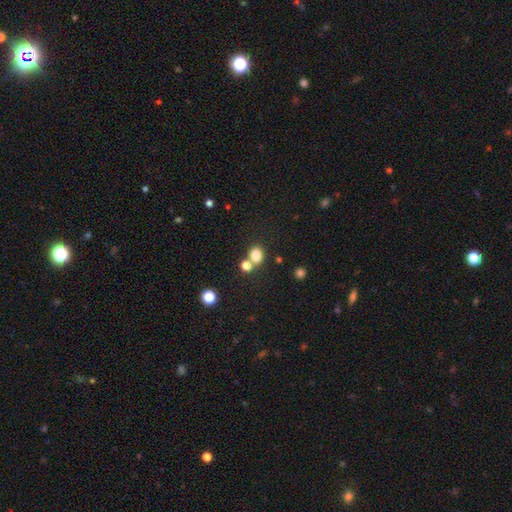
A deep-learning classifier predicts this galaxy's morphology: type=smooth (80%); roundness=round (58%); merging=none (58%).